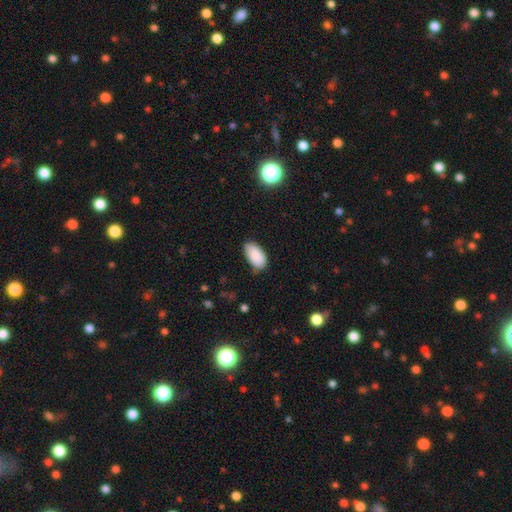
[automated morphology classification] smooth 89%, star or artifact 7%, featured or disk 4%. Down the decision tree: how rounded — in between (95%); merging — none (73%).